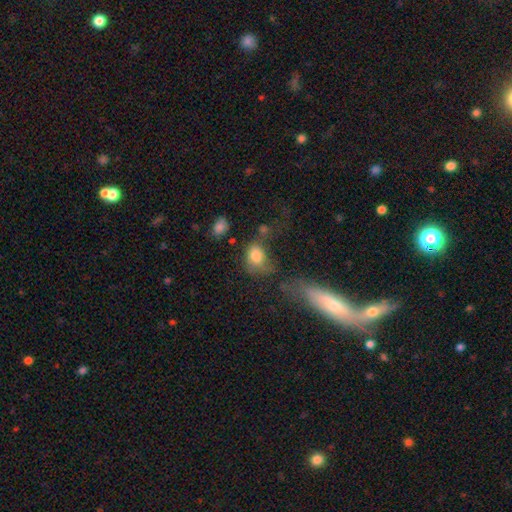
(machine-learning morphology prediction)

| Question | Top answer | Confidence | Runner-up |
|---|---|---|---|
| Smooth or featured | smooth | 76% | featured or disk (13%) |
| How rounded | in between | 64% | round (34%) |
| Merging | none | 31% | tied: major disturbance (31%) |